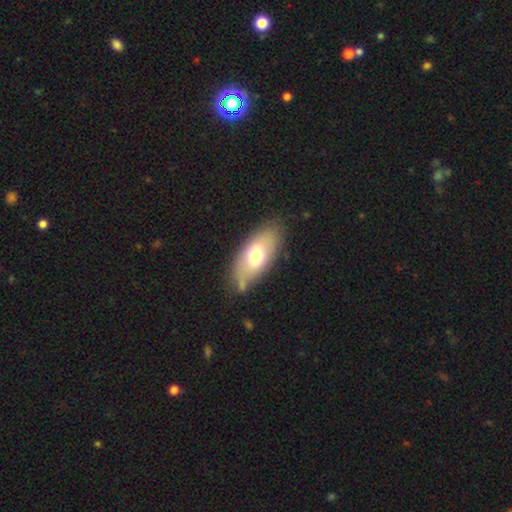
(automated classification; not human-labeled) smooth 65%, featured or disk 28%, star or artifact 7%. Down the decision tree: how rounded — in between (86%); merging — none (74%).